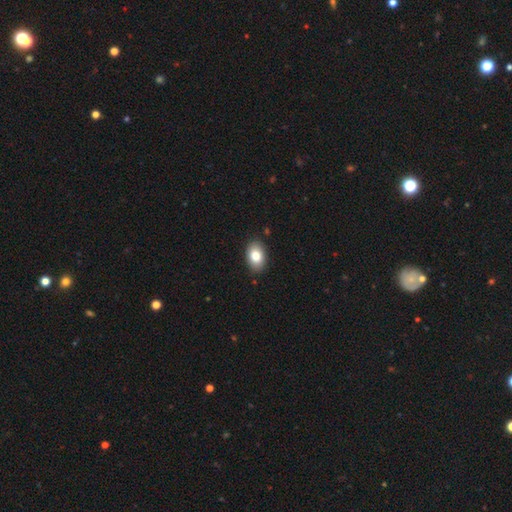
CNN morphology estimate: Smooth or featured? Predicted: smooth (p=0.82). How rounded? Predicted: in between (p=0.87). Merging? Predicted: none (p=0.88).